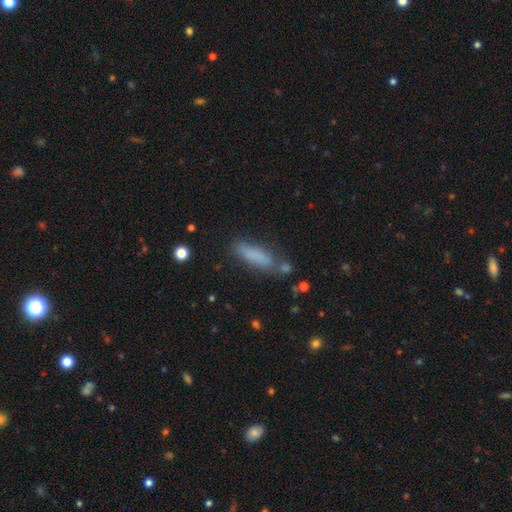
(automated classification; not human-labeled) Q: Smooth or featured?
A: smooth (79%); runner-up: featured or disk (12%)
Q: How rounded?
A: cigar-shaped (64%); runner-up: in between (34%)
Q: Merging?
A: none (67%); runner-up: minor disturbance (19%)